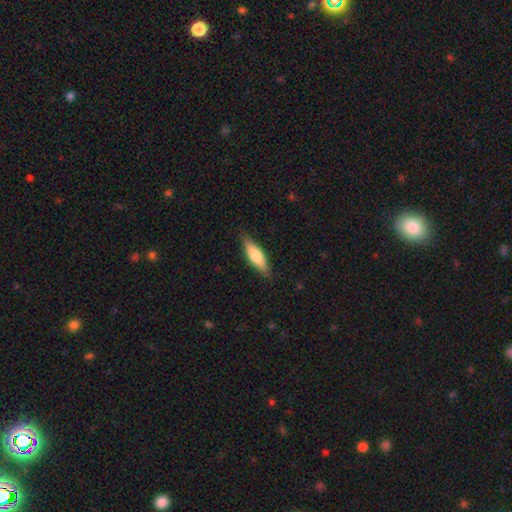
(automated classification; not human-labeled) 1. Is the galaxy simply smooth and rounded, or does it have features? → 67% smooth, 28% featured or disk, 5% star or artifact.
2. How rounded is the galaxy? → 49% cigar-shaped (tied), 49% in between (tied), 2% round.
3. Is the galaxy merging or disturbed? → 85% none, 12% minor disturbance, 2% major disturbance, 1% merger.